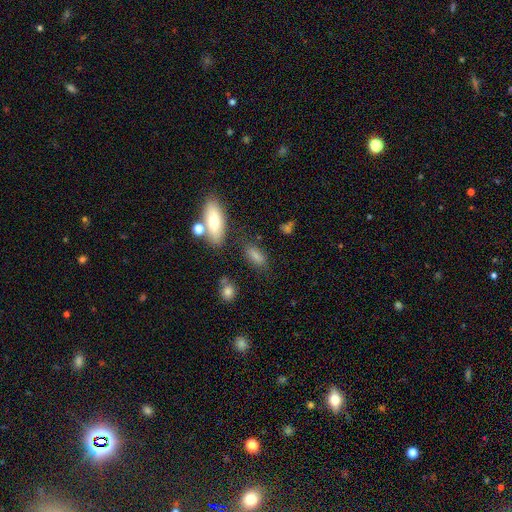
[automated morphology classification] A smooth galaxy with no disk features (79%) that is in between round and cigar-shaped (76%).

Vote fractions:
- Smooth or featured? smooth: 79% / star or artifact: 11% / featured or disk: 10%
- How rounded? in between: 76% / cigar-shaped: 18% / round: 5%
- Merging? none: 69% / minor disturbance: 17% / merger: 8% / major disturbance: 6%